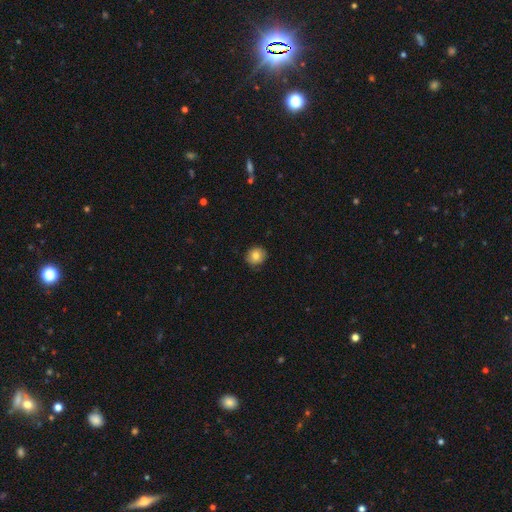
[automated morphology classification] Smooth or featured?
  - smooth: 80% *
  - featured or disk: 10%
  - star or artifact: 9%
How rounded?
  - round: 85% *
  - in between: 14%
  - cigar-shaped: 1%
Merging?
  - none: 87% *
  - minor disturbance: 10%
  - major disturbance: 2%
  - merger: 1%